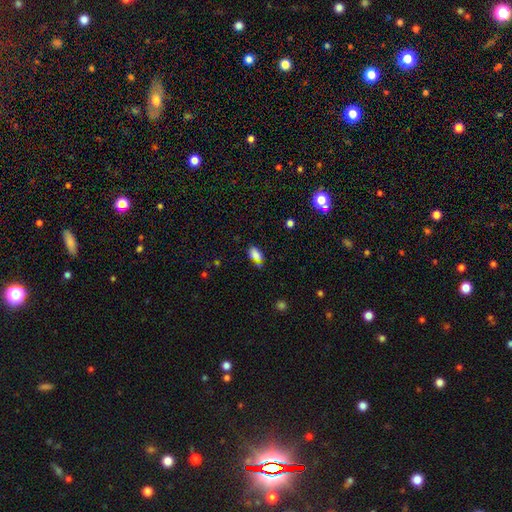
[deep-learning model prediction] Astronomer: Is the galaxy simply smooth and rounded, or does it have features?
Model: smooth — 79%.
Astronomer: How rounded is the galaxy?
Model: in between — 89%.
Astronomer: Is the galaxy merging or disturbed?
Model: none — 61%.